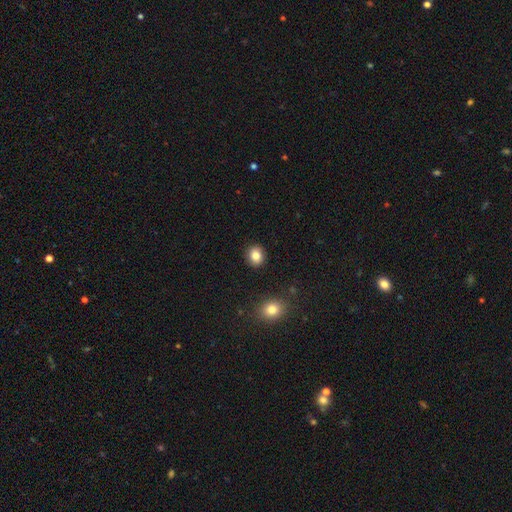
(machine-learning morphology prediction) The model was most divided on "how rounded": round: 73%, in between: 26%, cigar-shaped: 1%. More confident: merging — none (90%); smooth or featured — smooth (83%).